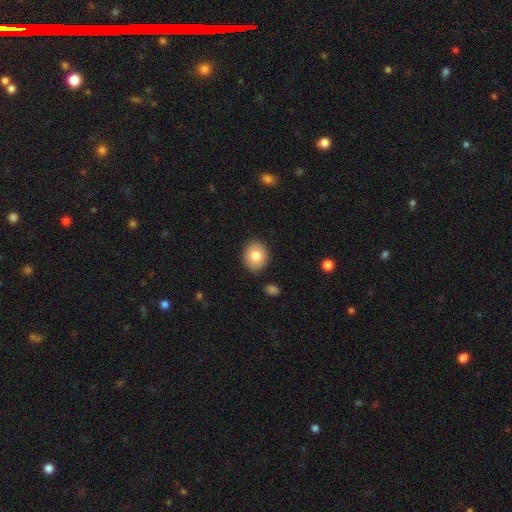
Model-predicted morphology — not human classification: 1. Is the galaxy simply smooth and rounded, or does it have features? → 81% smooth, 11% featured or disk, 8% star or artifact.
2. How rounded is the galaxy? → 63% round, 36% in between, 1% cigar-shaped.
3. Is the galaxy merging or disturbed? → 88% none, 9% minor disturbance, 2% major disturbance, 2% merger.